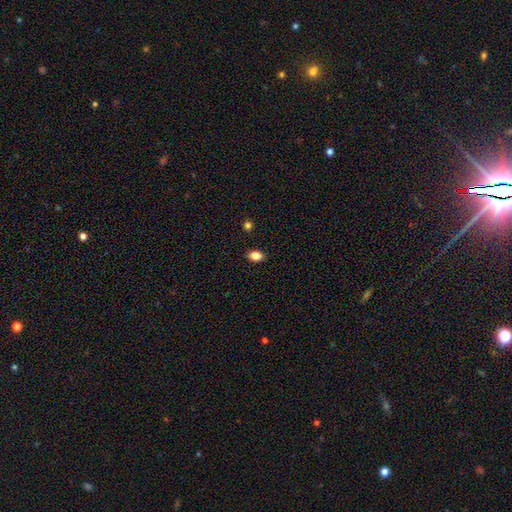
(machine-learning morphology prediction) Overall: smooth (85%). How rounded: in between (81%). Merging: none (89%).